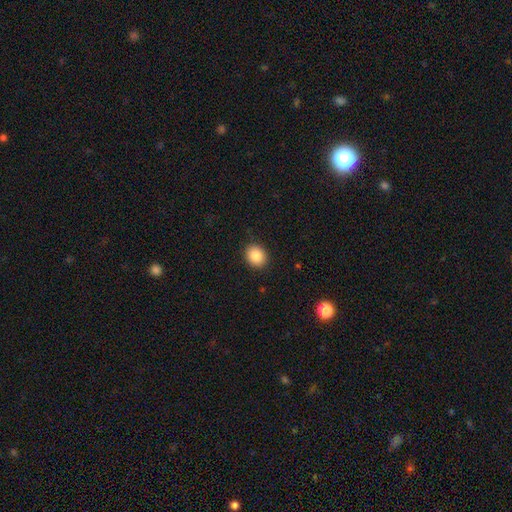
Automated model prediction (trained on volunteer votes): smooth 86%, star or artifact 9%, featured or disk 5%. Down the decision tree: how rounded — round (64%); merging — none (90%).